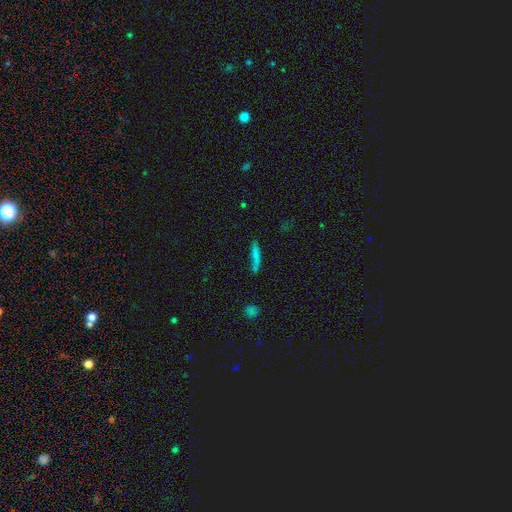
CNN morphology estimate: Smooth or featured? Predicted: smooth (p=0.67). How rounded? Predicted: cigar-shaped (p=0.86). Merging? Predicted: none (p=0.65).